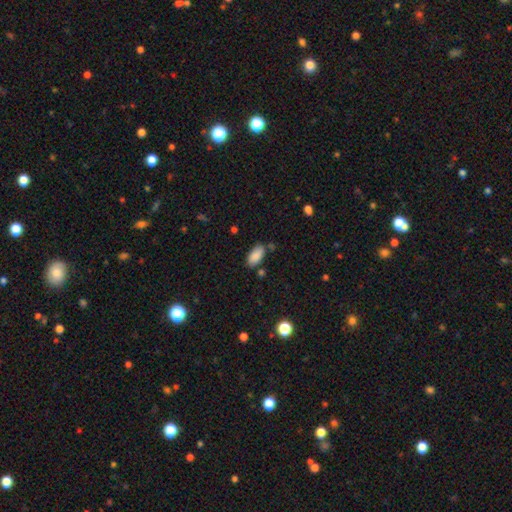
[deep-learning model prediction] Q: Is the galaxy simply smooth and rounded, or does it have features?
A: smooth — 88%.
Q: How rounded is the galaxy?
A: in between — 93%.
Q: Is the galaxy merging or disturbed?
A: none — 75%.